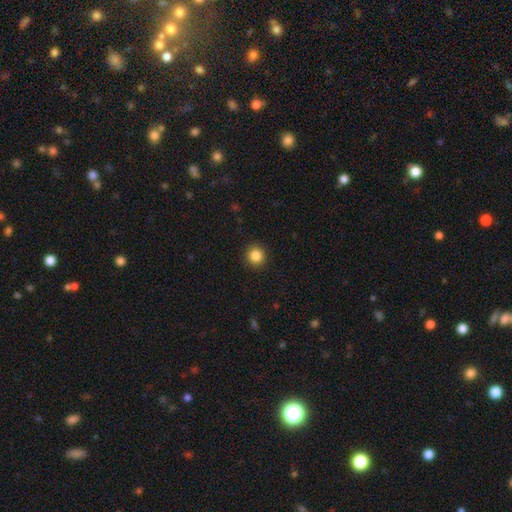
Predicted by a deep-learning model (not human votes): Overall: smooth (85%). How rounded: round (93%). Merging: none (92%).